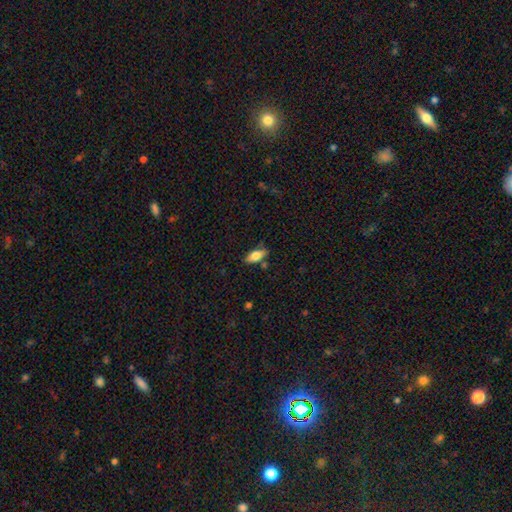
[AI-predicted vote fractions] Smooth or featured? smooth (72%)
How rounded? in between (83%)
Merging? none (73%)